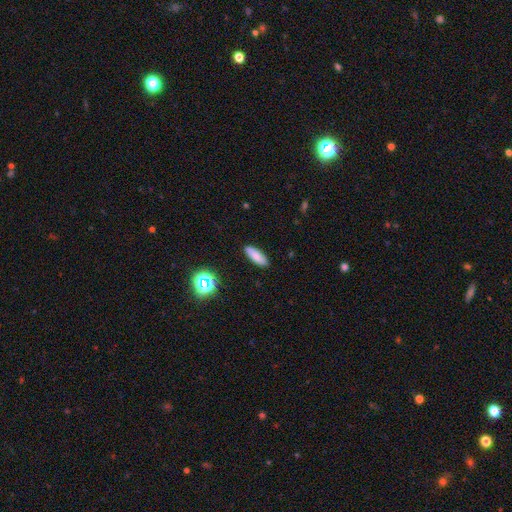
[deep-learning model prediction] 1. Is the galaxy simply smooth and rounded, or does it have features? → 82% smooth, 10% star or artifact, 8% featured or disk.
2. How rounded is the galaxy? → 55% in between, 42% cigar-shaped, 3% round.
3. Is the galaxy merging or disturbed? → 90% none, 7% minor disturbance, 2% major disturbance, 1% merger.